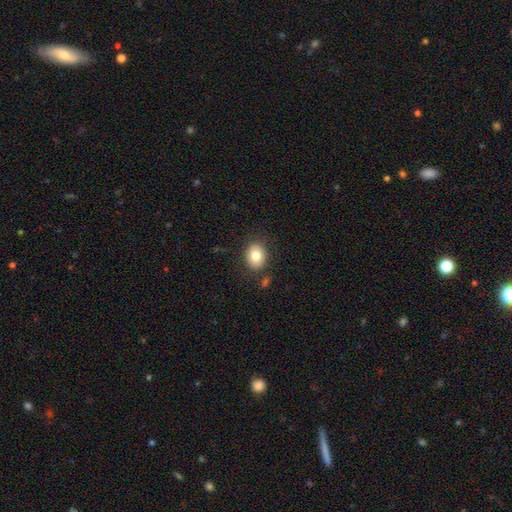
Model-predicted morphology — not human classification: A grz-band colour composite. It shows a smooth galaxy with no disk features (80%) that is round (50%). Merging: none (82%).